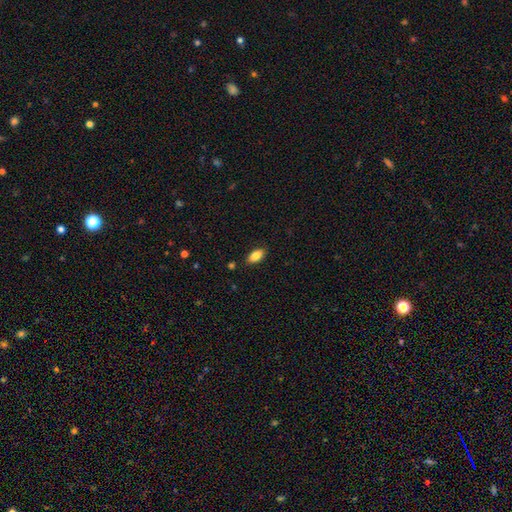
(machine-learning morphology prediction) smooth-or-featured: smooth: 83% | featured or disk: 10% | star or artifact: 8%
  how-rounded: in between: 91% | cigar-shaped: 5% | round: 4%
  merging: none: 87% | minor disturbance: 10% | major disturbance: 2% | merger: 1%